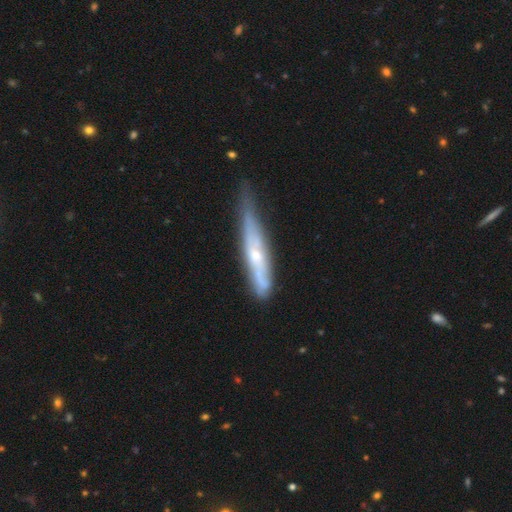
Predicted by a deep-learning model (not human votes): A featured or disk galaxy (62%) viewed edge-on (70%).

Vote fractions:
- Smooth or featured? featured or disk: 62% / smooth: 32% / star or artifact: 6%
- Edge-on disk? yes: 70% / no: 30%
- Merging? none: 43% / minor disturbance: 40% / major disturbance: 14% / merger: 3%